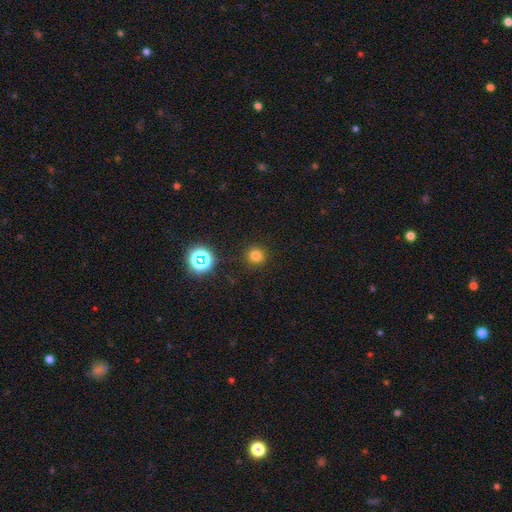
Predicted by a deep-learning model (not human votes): The model was most divided on "smooth or featured": smooth: 75%, star or artifact: 19%, featured or disk: 6%. More confident: how rounded — round (94%); merging — none (90%).